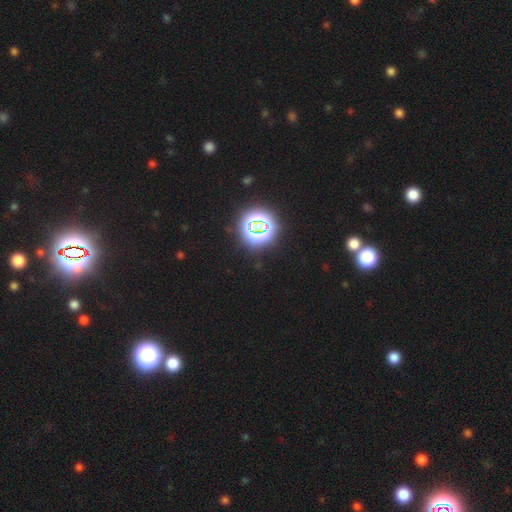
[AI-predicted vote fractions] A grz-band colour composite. It shows a star or artifact, not a galaxy (80%).